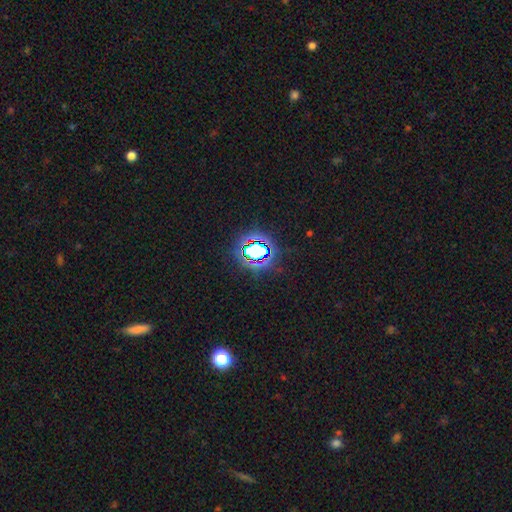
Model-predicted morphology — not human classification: Smooth or featured? star or artifact (64%)